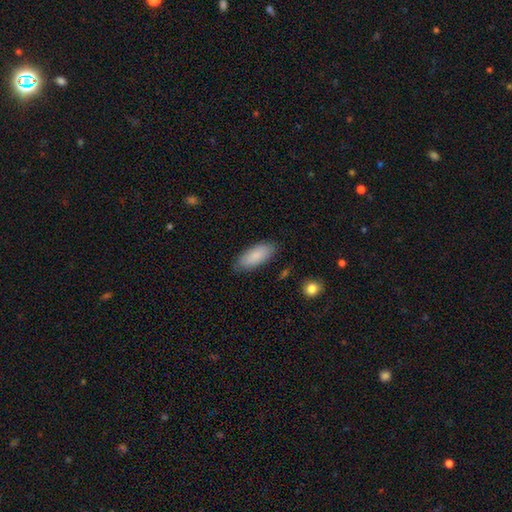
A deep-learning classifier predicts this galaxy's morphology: This is clearly a smooth galaxy (87%). How rounded: clearly in between (83%). Merging: clearly none (83%).